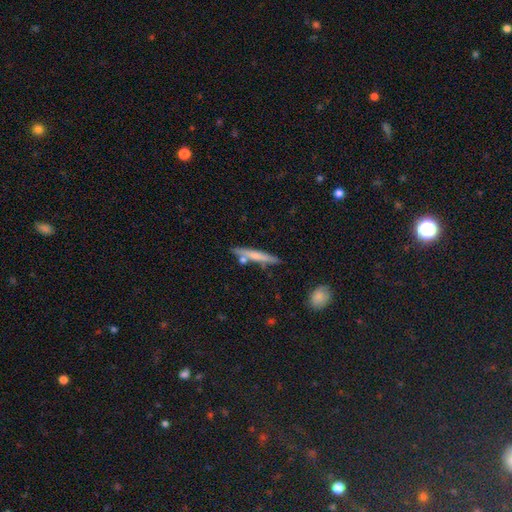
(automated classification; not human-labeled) Q: Smooth or featured?
A: smooth (56%); runner-up: featured or disk (38%)
Q: How rounded?
A: cigar-shaped (93%); runner-up: in between (5%)
Q: Merging?
A: none (76%); runner-up: minor disturbance (13%)